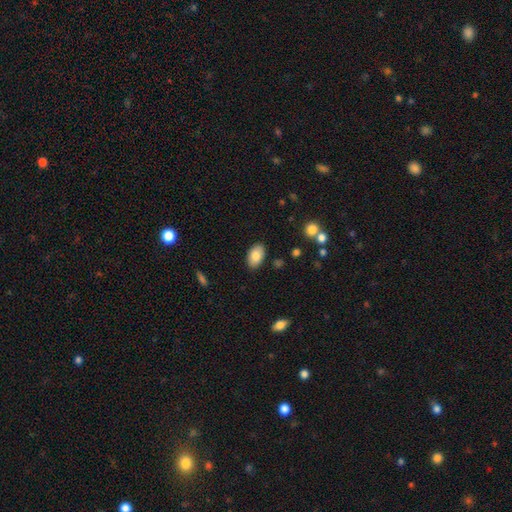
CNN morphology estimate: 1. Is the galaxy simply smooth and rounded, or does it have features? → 83% smooth, 10% featured or disk, 7% star or artifact.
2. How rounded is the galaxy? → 93% in between, 6% round, 1% cigar-shaped.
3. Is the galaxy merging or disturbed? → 87% none, 9% minor disturbance, 2% major disturbance, 1% merger.